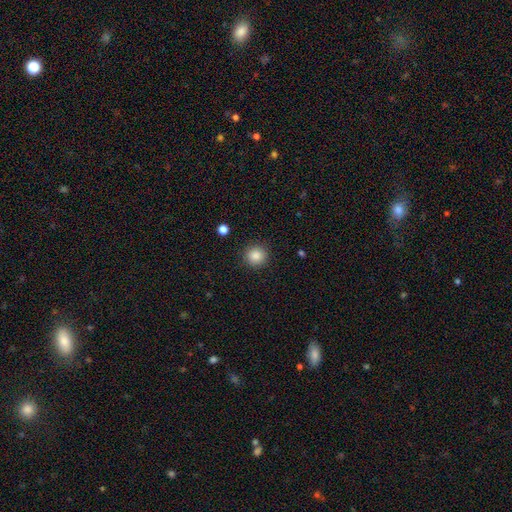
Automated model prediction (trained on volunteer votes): Morphology: type=smooth (86%); roundness=round (93%); merging=none (90%).